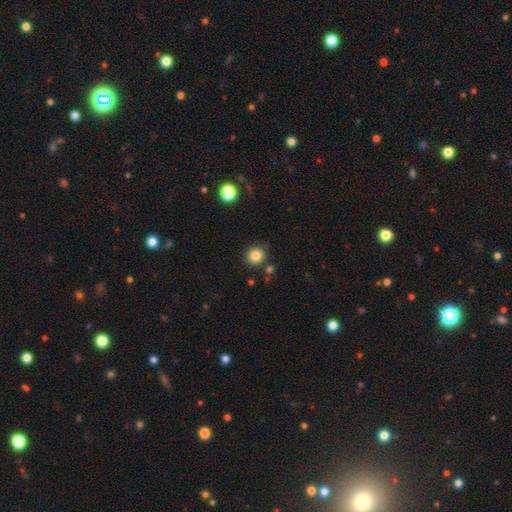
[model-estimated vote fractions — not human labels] smooth-or-featured: smooth: 84% | star or artifact: 11% | featured or disk: 5%
  how-rounded: round: 91% | in between: 8% | cigar-shaped: 1%
  merging: none: 85% | minor disturbance: 8% | merger: 4% | major disturbance: 2%